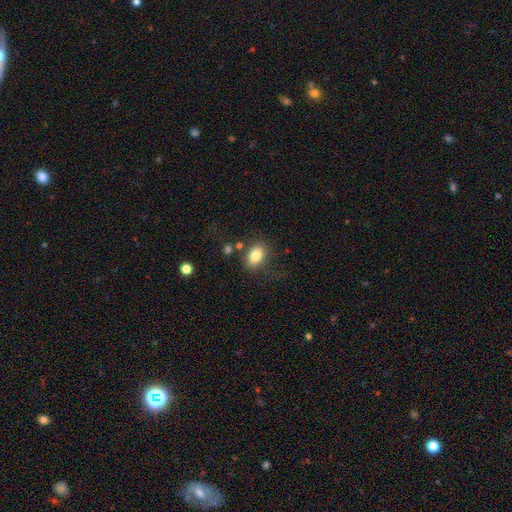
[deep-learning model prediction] Overall: smooth (81%). How rounded: in between (79%). Merging: none (73%).